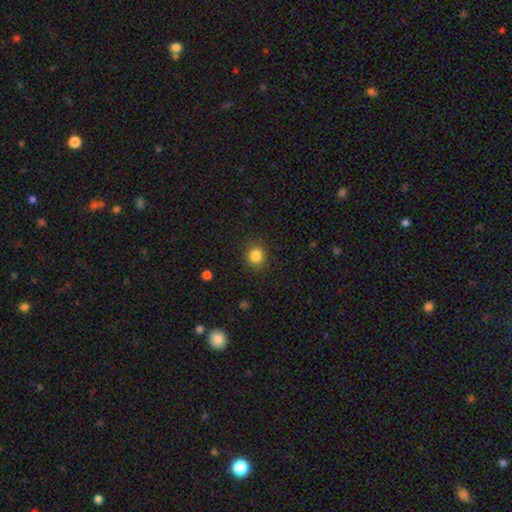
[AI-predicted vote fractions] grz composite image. It shows a smooth galaxy with no disk features (84%) that is round (89%). Merging: none (90%).